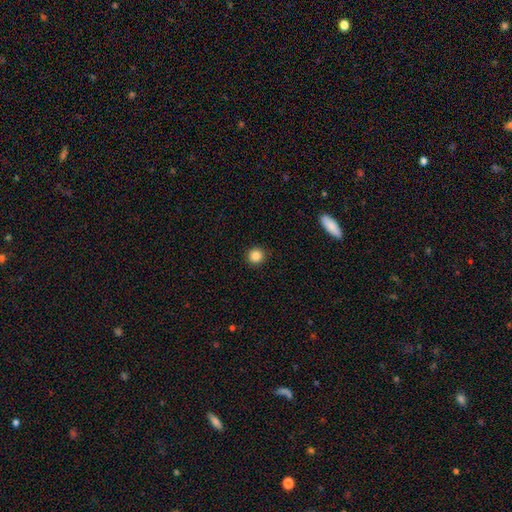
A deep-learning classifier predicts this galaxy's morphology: smooth_or_featured: smooth (p=0.86) [alt: star or artifact p=0.10]
how_rounded: round (p=0.94) [alt: in between p=0.05]
merging: none (p=0.92) [alt: minor disturbance p=0.05]